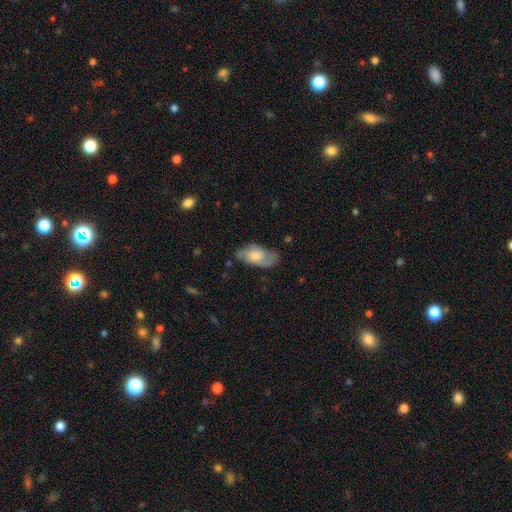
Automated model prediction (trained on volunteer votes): Morphology: type=featured or disk (56%); edge-on=no (91%); bar=no (65%); spiral arms=yes (85%); bulge=moderate (45%); merging=none (65%).